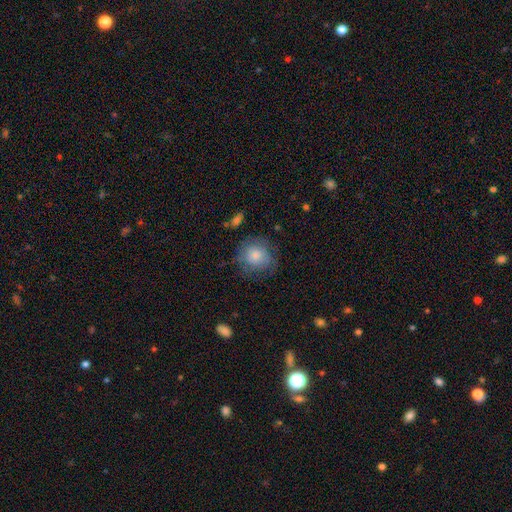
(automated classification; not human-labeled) This is likely a smooth galaxy (65%). How rounded: clearly round (85%). Merging: likely none (67%).